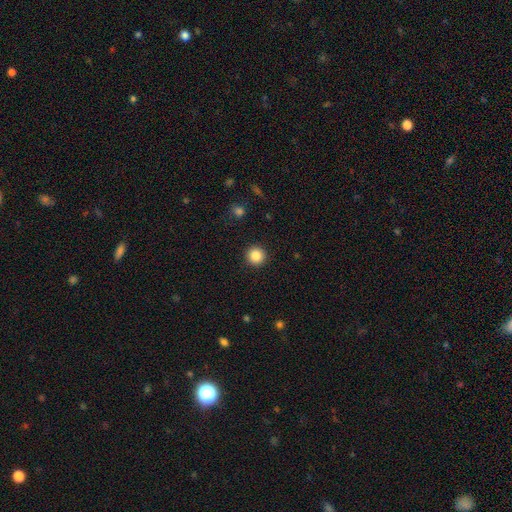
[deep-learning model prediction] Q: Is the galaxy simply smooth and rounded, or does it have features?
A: smooth — 86%.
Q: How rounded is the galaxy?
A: round — 96%.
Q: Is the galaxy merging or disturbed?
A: none — 93%.